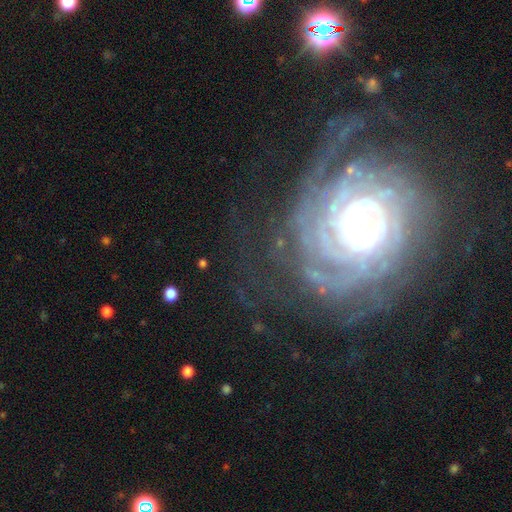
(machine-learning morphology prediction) A featured or disk galaxy (87%) with a weak bar (37%), tight (83%) spiral arms (98%) and a small central bulge (53%). Merging: none (72%).